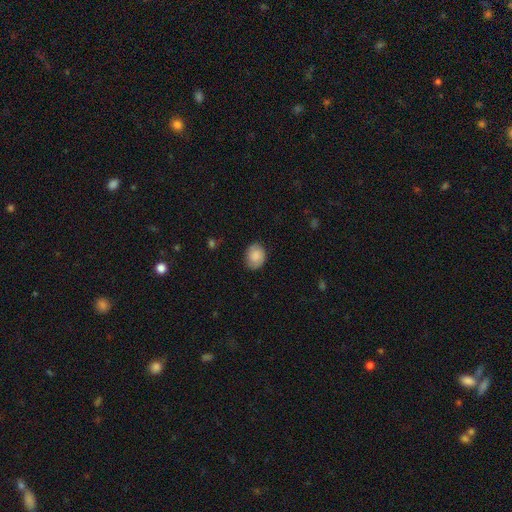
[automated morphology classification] A smooth galaxy with no disk features (79%) that is in between round and cigar-shaped (53%). Merging: none (79%).